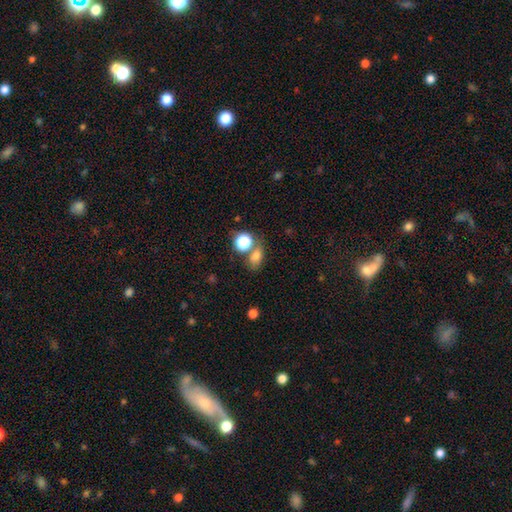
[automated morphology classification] Smooth or featured?
  - smooth: 74% *
  - star or artifact: 17%
  - featured or disk: 9%
How rounded?
  - in between: 68% *
  - round: 30%
  - cigar-shaped: 3%
Merging?
  - none: 56% *
  - merger: 26%
  - minor disturbance: 13%
  - major disturbance: 6%